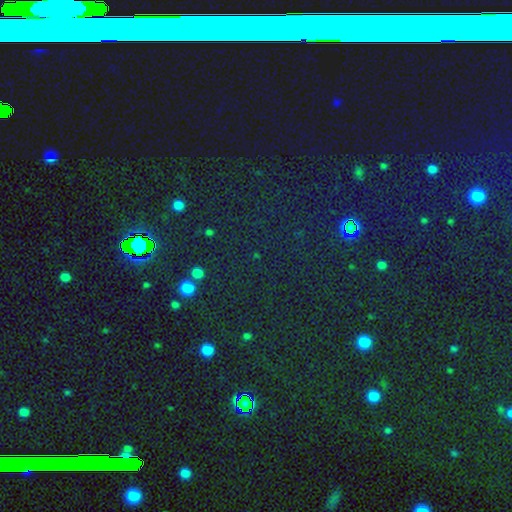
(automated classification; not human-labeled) This is likely a star or artifact rather than a galaxy (77%).